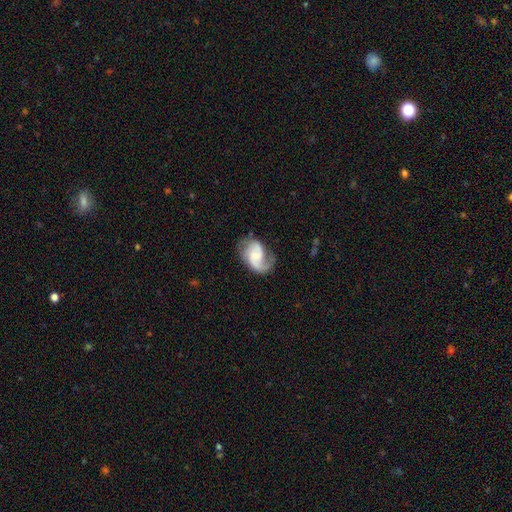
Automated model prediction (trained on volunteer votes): This is likely a featured or disk galaxy (78%). It is clearly not viewed edge-on (98%). Bar: possibly no (51%). Spiral arm pattern: clearly yes (94%). Spiral arm count: likely 2 (67%). Spiral winding: possibly medium (46%). Central bulge: possibly small (47%). Merging: possibly none (55%).